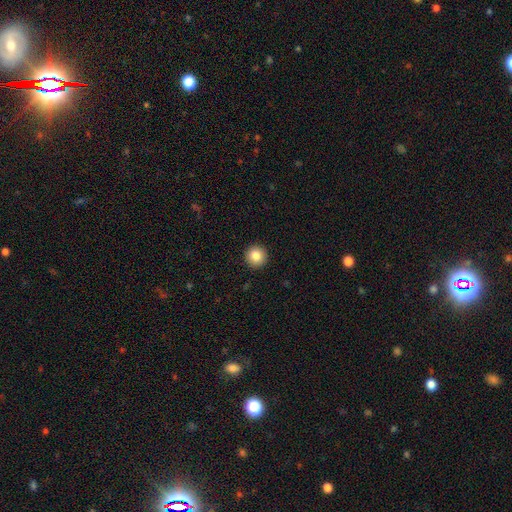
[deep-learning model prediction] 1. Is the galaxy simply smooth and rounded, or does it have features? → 85% smooth, 9% star or artifact, 6% featured or disk.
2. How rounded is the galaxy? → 96% round, 3% in between, 1% cigar-shaped.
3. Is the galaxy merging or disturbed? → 93% none, 4% minor disturbance, 1% major disturbance, 1% merger.